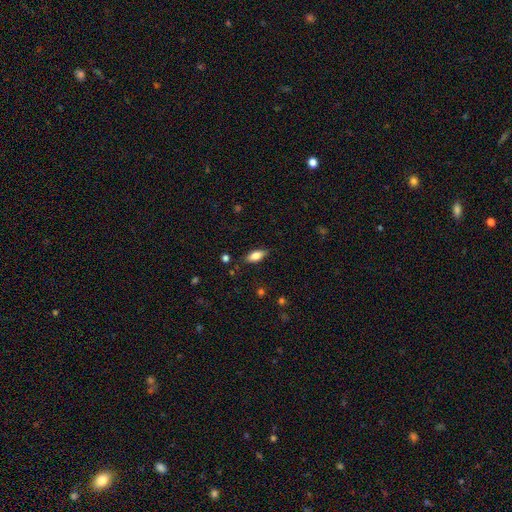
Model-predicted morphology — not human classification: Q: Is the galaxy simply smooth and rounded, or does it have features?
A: smooth — 79%.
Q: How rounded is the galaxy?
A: in between — 82%.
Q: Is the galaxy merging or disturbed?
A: none — 83%.